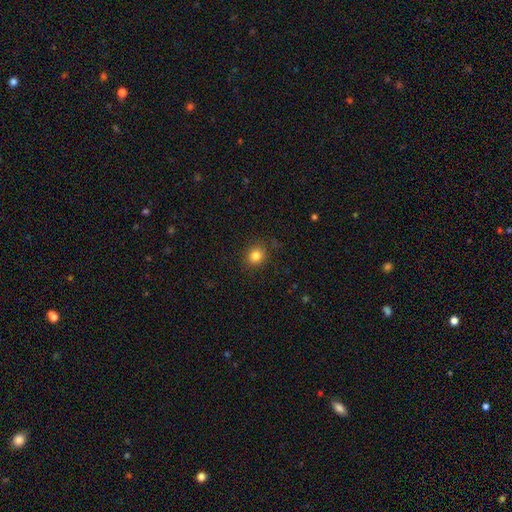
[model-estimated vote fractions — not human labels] Smooth or featured: smooth — 83% (star or artifact — 11%)
How rounded: round — 71% (in between — 28%)
Merging: none — 87% (minor disturbance — 9%)